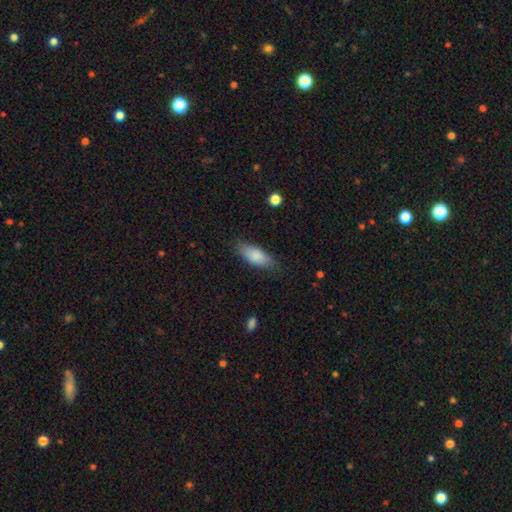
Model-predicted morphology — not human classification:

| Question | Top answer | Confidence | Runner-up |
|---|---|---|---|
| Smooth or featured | smooth | 85% | featured or disk (9%) |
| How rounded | in between | 78% | cigar-shaped (20%) |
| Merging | none | 78% | minor disturbance (17%) |